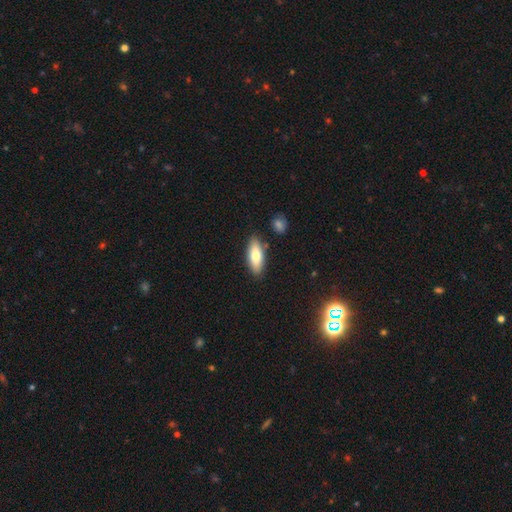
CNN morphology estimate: Smooth or featured? Predicted: smooth (p=0.74). How rounded? Predicted: in between (p=0.70). Merging? Predicted: none (p=0.83).